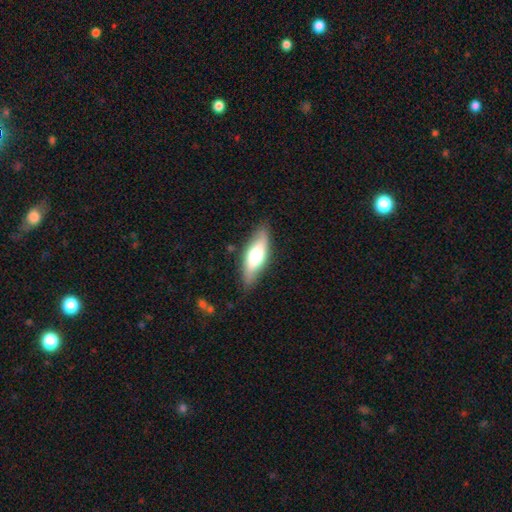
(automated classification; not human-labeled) The model was most divided on "smooth or featured": smooth: 53%, featured or disk: 41%, star or artifact: 6%. More confident: merging — none (82%); how rounded — in between (55%).